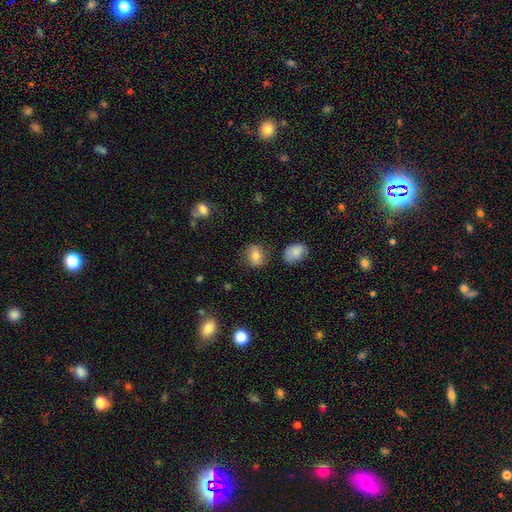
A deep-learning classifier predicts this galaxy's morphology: This is likely a smooth galaxy (79%). How rounded: likely round (70%). Merging: likely none (80%).